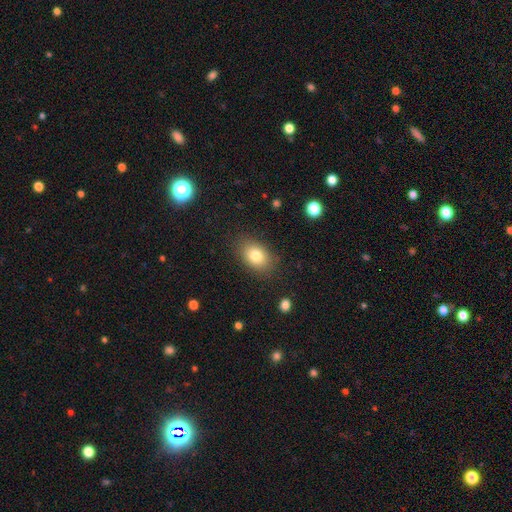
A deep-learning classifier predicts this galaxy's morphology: Q: Smooth or featured?
A: smooth (81%); runner-up: featured or disk (10%)
Q: How rounded?
A: in between (80%); runner-up: round (19%)
Q: Merging?
A: none (84%); runner-up: minor disturbance (11%)